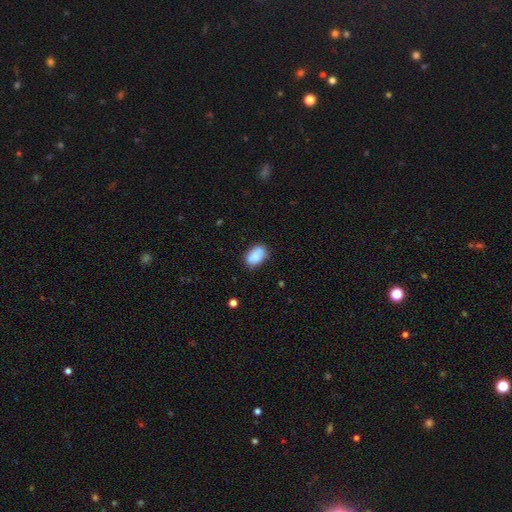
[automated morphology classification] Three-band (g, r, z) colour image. It shows a smooth galaxy with no disk features (86%) that is in between round and cigar-shaped (88%). Merging: none (76%).